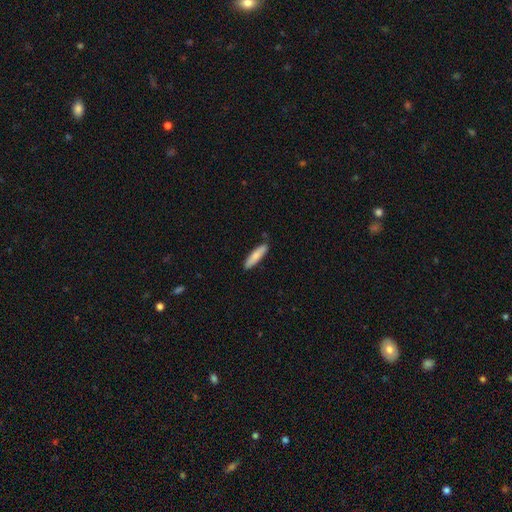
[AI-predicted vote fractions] A smooth galaxy with no disk features (79%) that is cigar-shaped (78%).

Vote fractions:
- Smooth or featured? smooth: 79% / featured or disk: 15% / star or artifact: 5%
- How rounded? cigar-shaped: 78% / in between: 21% / round: 1%
- Merging? none: 86% / minor disturbance: 11% / merger: 2% / major disturbance: 2%